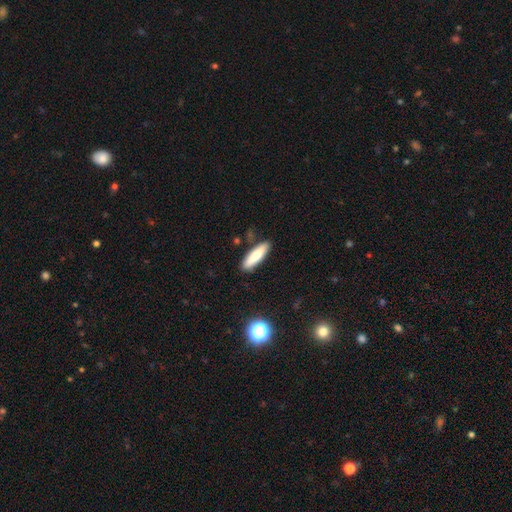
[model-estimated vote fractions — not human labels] Smooth or featured? Predicted: smooth (p=0.78). How rounded? Predicted: cigar-shaped (p=0.62). Merging? Predicted: none (p=0.85).